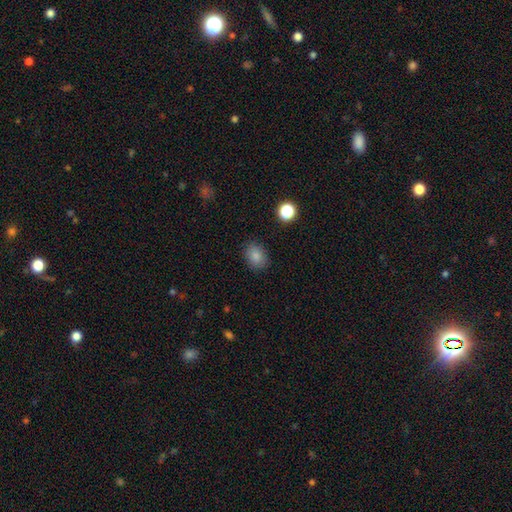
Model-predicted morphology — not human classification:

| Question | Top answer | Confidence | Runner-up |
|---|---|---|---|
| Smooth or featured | smooth | 84% | star or artifact (10%) |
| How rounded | in between | 62% | round (37%) |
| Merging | none | 86% | minor disturbance (10%) |